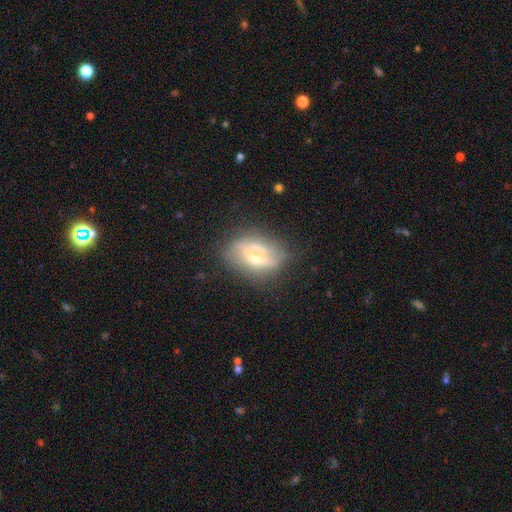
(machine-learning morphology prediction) The model was most divided on "edge-on disk": no: 51%, yes: 49%. More confident: merging — none (62%); smooth or featured — featured or disk (59%).